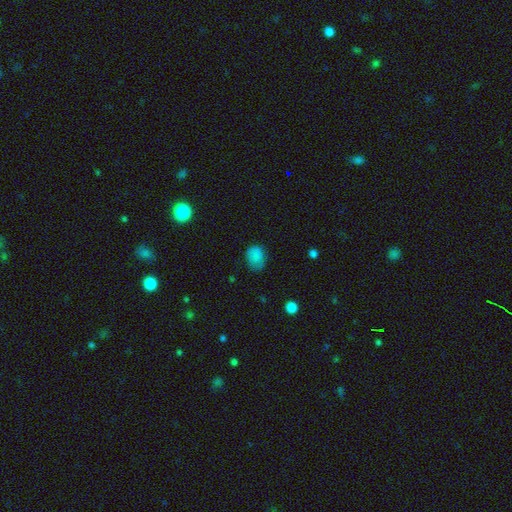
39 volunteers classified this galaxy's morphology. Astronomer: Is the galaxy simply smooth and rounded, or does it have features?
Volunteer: smooth — 87%.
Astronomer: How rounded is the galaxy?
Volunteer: in between — 74%.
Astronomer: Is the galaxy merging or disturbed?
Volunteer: none — 67%.